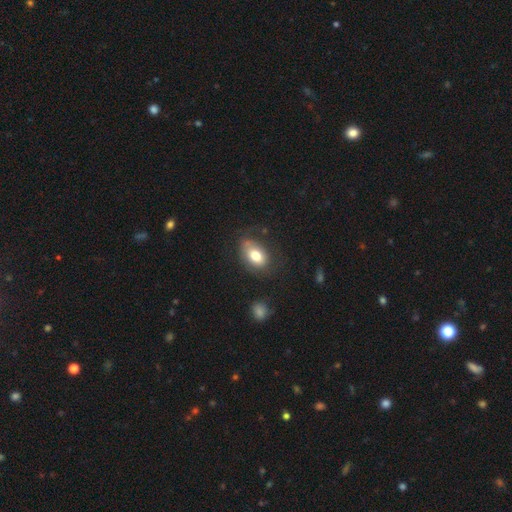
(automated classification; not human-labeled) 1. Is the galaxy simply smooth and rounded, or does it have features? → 74% smooth, 18% featured or disk, 8% star or artifact.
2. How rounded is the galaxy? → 84% in between, 15% round, 1% cigar-shaped.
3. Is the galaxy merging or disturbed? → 65% none, 23% minor disturbance, 9% major disturbance, 3% merger.